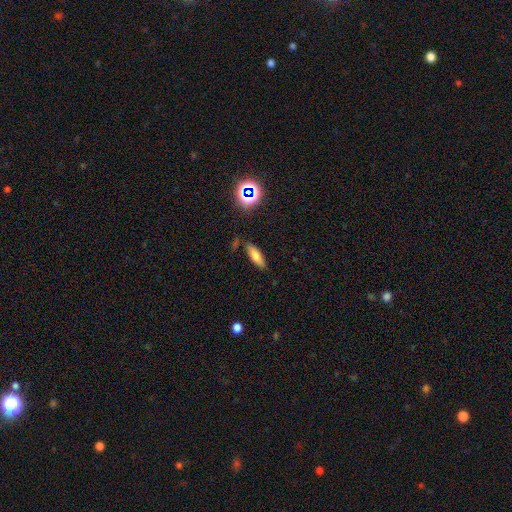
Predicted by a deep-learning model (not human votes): The model was most divided on "how rounded": in between: 57%, cigar-shaped: 39%, round: 3%. More confident: merging — none (80%); smooth or featured — smooth (73%).